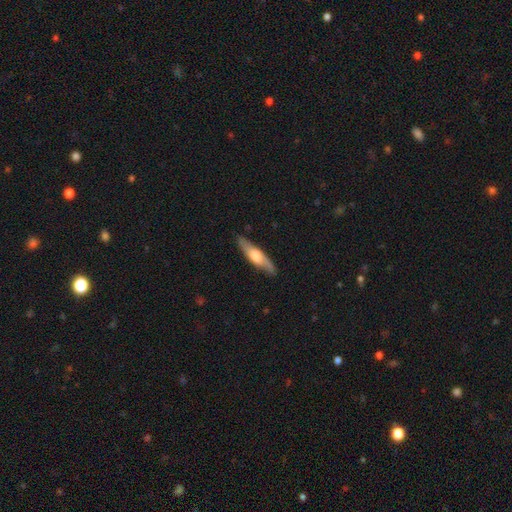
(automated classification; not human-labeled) featured or disk 54%, smooth 41%, star or artifact 5%. Down the decision tree: edge-on disk — yes (80%); merging — none (85%).